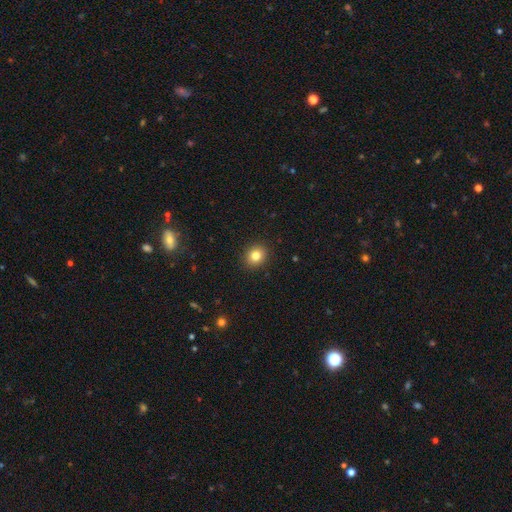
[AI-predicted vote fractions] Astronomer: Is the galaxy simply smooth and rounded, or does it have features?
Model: smooth — 82%.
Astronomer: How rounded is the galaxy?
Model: round — 76%.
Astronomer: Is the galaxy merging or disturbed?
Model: none — 91%.